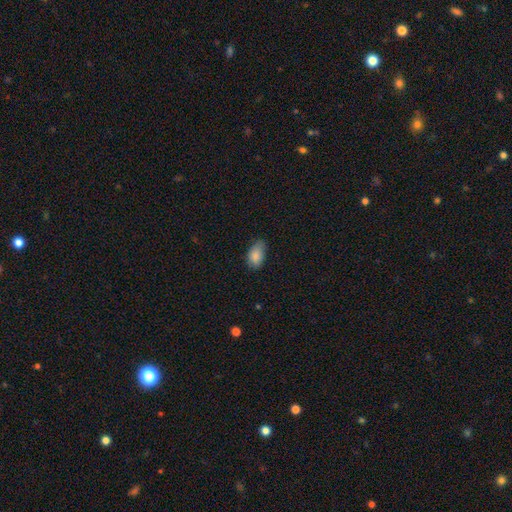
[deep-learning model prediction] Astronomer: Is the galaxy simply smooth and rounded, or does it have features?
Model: smooth — 86%.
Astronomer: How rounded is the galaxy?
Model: in between — 91%.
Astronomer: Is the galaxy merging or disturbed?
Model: none — 63%.